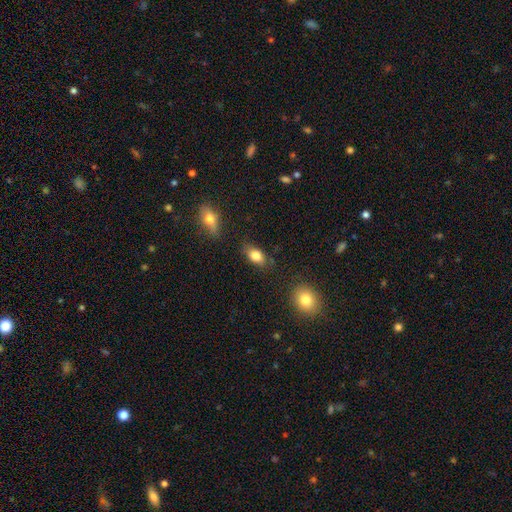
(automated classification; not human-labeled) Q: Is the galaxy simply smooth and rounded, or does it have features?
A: smooth — 83%.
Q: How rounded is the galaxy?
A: in between — 86%.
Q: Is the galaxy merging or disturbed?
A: none — 79%.